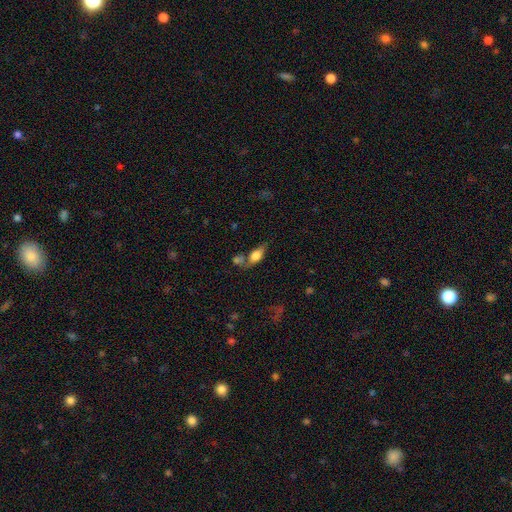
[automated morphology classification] Overall: smooth (66%). How rounded: in between (77%). Merging: none (39%; merger 28%).